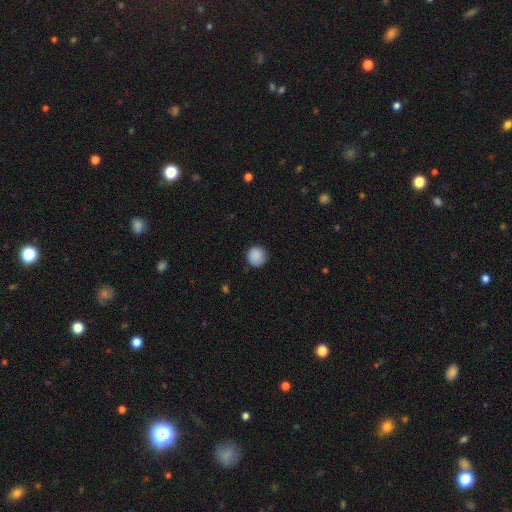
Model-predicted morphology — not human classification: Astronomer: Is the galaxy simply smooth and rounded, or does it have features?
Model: smooth — 89%.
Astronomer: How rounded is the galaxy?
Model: round — 93%.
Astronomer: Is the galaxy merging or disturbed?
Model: none — 86%.